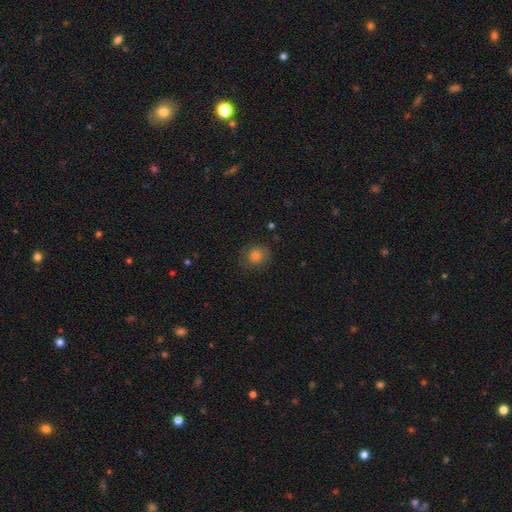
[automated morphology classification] smooth-or-featured: smooth: 77% | star or artifact: 15% | featured or disk: 8%
  how-rounded: round: 80% | in between: 19% | cigar-shaped: 1%
  merging: none: 80% | minor disturbance: 14% | major disturbance: 5% | merger: 1%